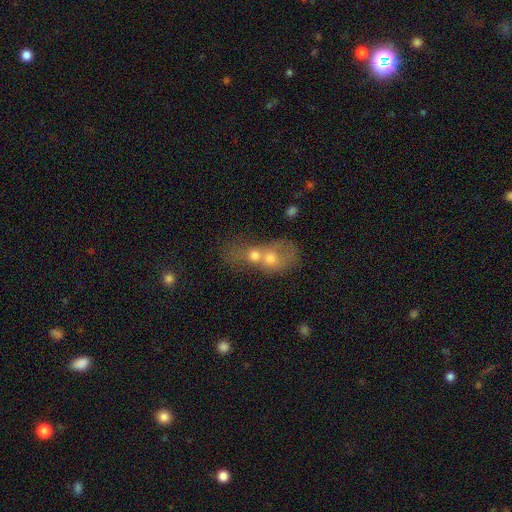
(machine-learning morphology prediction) Q: Smooth or featured?
A: smooth (57%); runner-up: featured or disk (31%)
Q: How rounded?
A: round (48%); tied with: in between (48%)
Q: Merging?
A: merger (78%); runner-up: none (11%)